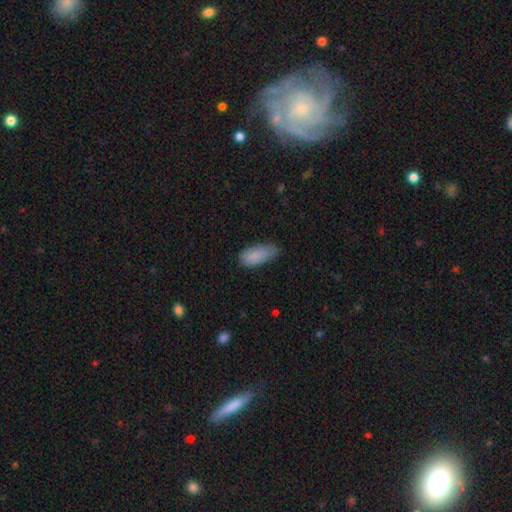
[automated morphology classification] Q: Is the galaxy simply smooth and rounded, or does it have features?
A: smooth — 88%.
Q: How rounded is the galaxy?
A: in between — 87%.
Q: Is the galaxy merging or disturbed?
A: none — 60%.